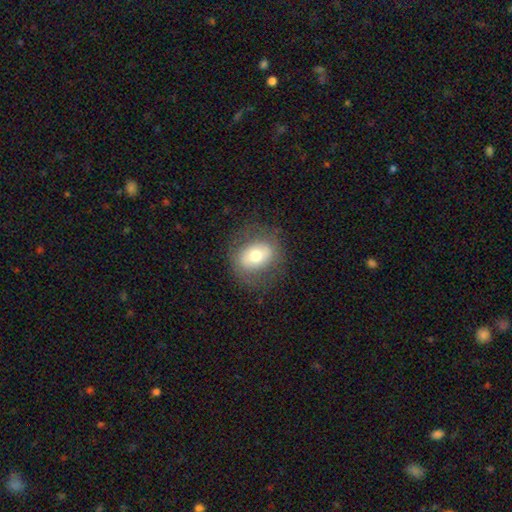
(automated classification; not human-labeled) Smooth or featured?
  - smooth: 61% *
  - featured or disk: 30%
  - star or artifact: 9%
How rounded?
  - round: 51% *
  - in between: 48%
  - cigar-shaped: 1%
Merging?
  - none: 77% *
  - minor disturbance: 14%
  - major disturbance: 8%
  - merger: 1%